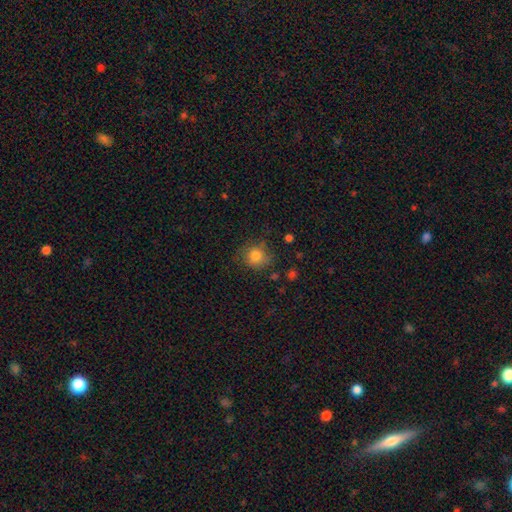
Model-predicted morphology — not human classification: smooth 79%, star or artifact 12%, featured or disk 9%. Down the decision tree: how rounded — round (81%); merging — none (70%).